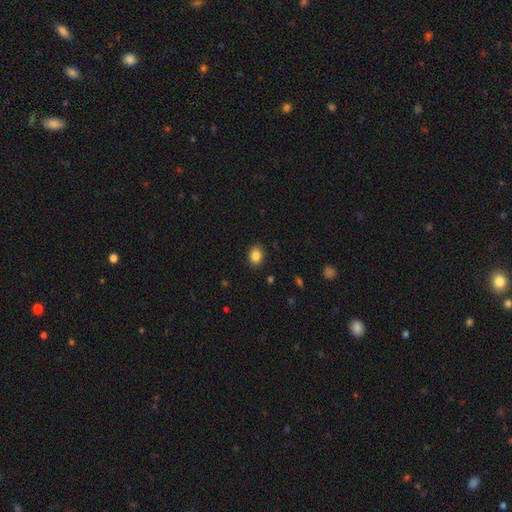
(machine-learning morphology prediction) The model was most divided on "how rounded": in between: 57%, round: 42%, cigar-shaped: 1%. More confident: merging — none (88%); smooth or featured — smooth (86%).